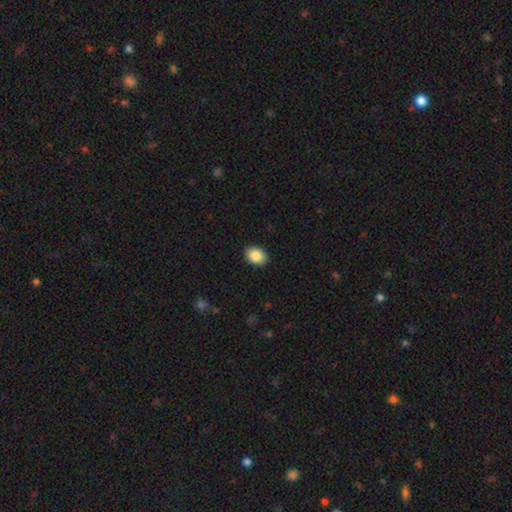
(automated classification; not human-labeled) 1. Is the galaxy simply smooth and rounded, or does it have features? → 87% smooth, 8% star or artifact, 5% featured or disk.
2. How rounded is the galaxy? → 70% in between, 29% round, 1% cigar-shaped.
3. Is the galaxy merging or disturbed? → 90% none, 7% minor disturbance, 2% major disturbance, 1% merger.